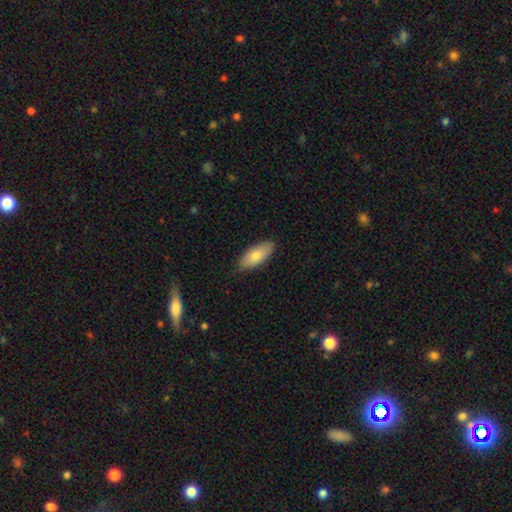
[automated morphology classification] Smooth or featured?
  - smooth: 77% *
  - featured or disk: 17%
  - star or artifact: 6%
How rounded?
  - in between: 85% *
  - cigar-shaped: 13%
  - round: 2%
Merging?
  - none: 81% *
  - minor disturbance: 16%
  - major disturbance: 2%
  - merger: 1%